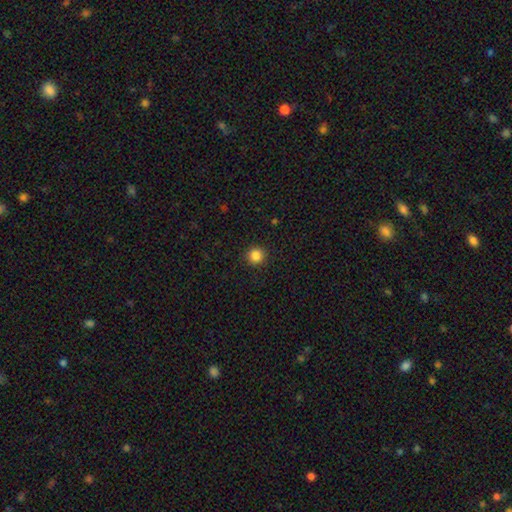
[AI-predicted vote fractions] A smooth galaxy with no disk features (85%) that is round (95%).

Vote fractions:
- Smooth or featured? smooth: 85% / star or artifact: 11% / featured or disk: 3%
- How rounded? round: 95% / in between: 4% / cigar-shaped: 1%
- Merging? none: 92% / minor disturbance: 5% / major disturbance: 2% / merger: 1%